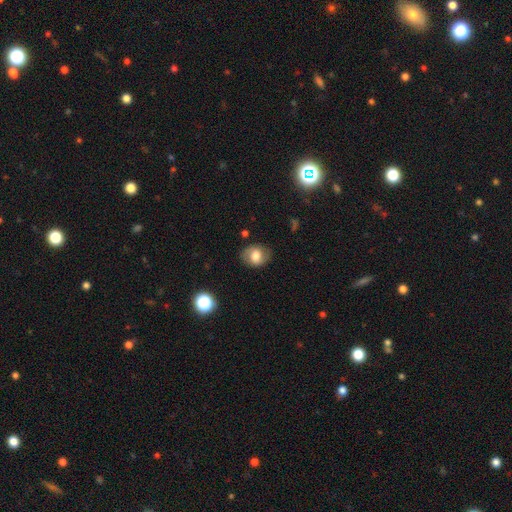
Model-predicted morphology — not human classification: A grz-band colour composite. It shows a smooth galaxy with no disk features (60%) that is in between round and cigar-shaped (50%). Merging: none (78%).